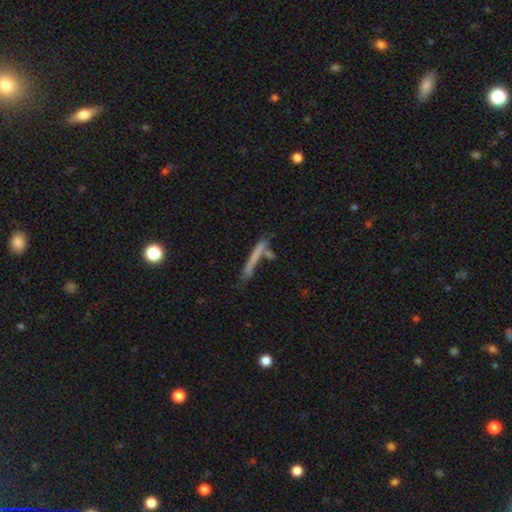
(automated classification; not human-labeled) Morphology: type=smooth (61%); roundness=cigar-shaped (94%); merging=none (60%).